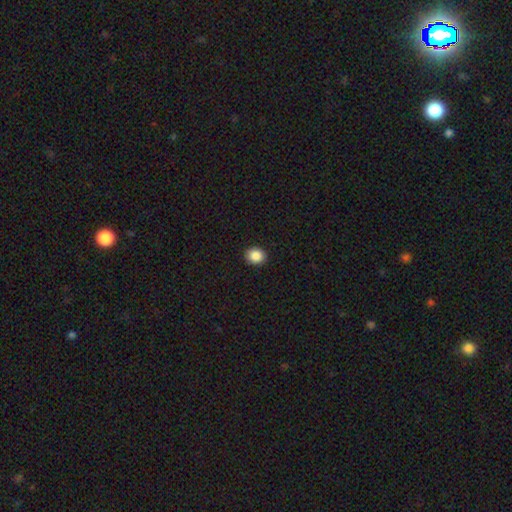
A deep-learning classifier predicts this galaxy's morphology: Overall: smooth (87%). How rounded: round (69%; in between 30%). Merging: none (92%).